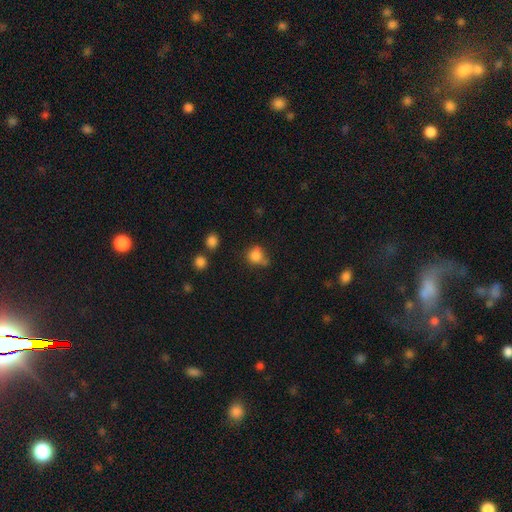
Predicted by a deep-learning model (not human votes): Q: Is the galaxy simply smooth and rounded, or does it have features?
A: smooth — 81%.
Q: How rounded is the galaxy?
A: round — 80%.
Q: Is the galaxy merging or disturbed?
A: none — 56%.